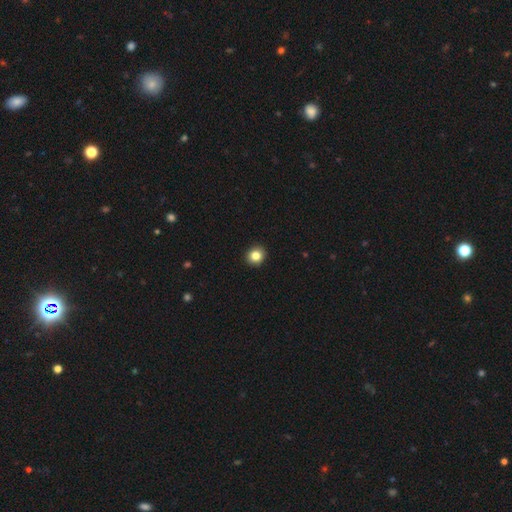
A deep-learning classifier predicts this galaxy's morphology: A smooth galaxy with no disk features (84%) that is round (85%).

Vote fractions:
- Smooth or featured? smooth: 84% / star or artifact: 10% / featured or disk: 5%
- How rounded? round: 85% / in between: 14% / cigar-shaped: 1%
- Merging? none: 93% / minor disturbance: 5% / major disturbance: 1% / merger: 1%